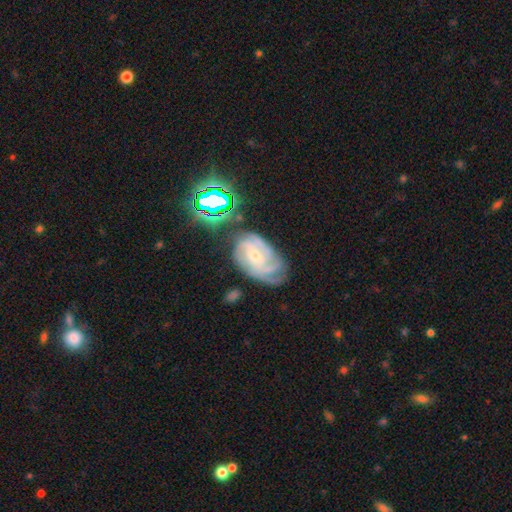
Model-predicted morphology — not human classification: This appears to be a featured or disk galaxy (76%) with no bar (65%), tight (58%) spiral arms (92%) and a small central bulge (71%). Merging: none (52%).